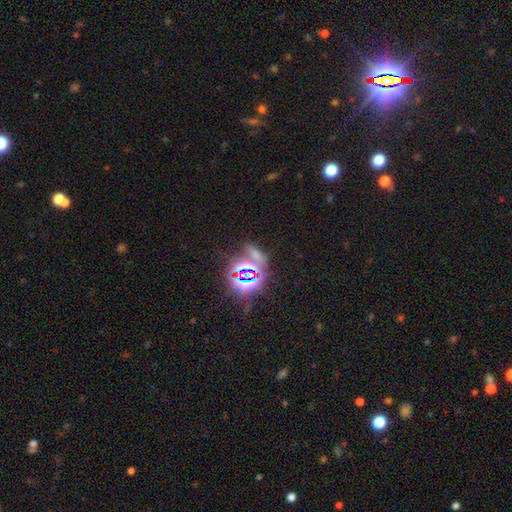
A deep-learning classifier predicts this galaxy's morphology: Q: Smooth or featured?
A: star or artifact (63%); runner-up: smooth (28%)